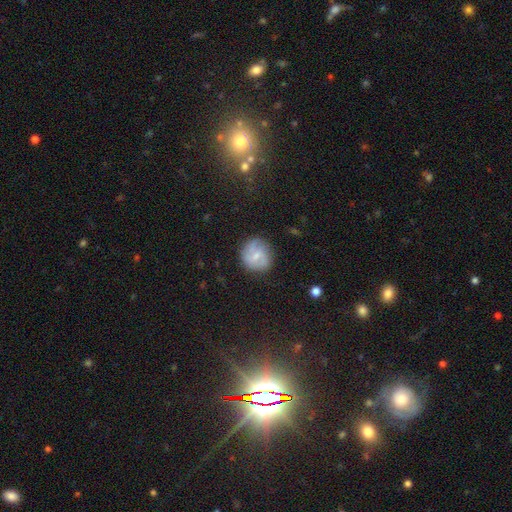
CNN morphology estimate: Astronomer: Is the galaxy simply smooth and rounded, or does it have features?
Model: smooth — 46% (runner-up: featured or disk, 45%).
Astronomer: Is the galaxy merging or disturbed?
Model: none — 76%.